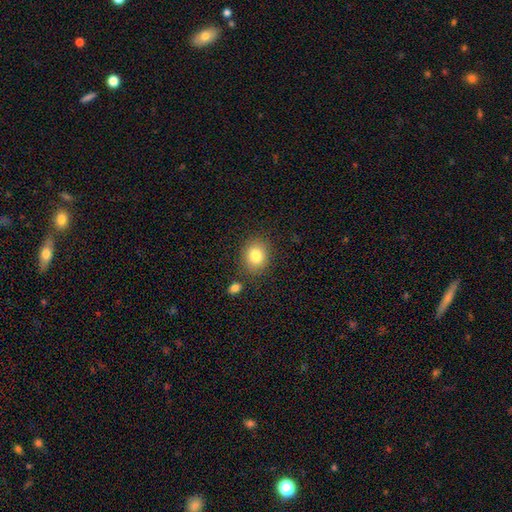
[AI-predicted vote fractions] Overall: smooth (82%). How rounded: round (65%; in between 34%). Merging: none (83%).